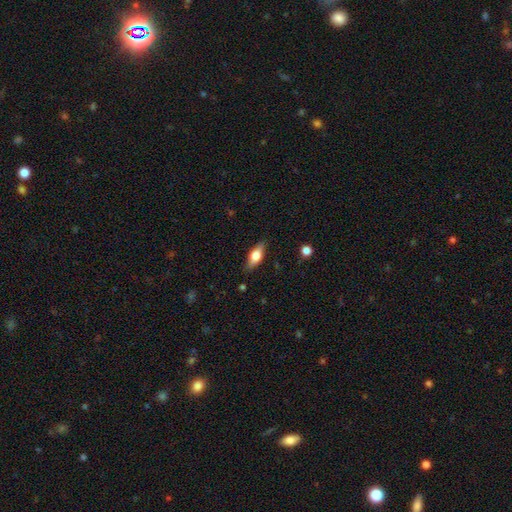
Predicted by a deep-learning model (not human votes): smooth_or_featured: smooth (p=0.62) [alt: featured or disk p=0.32]
how_rounded: in between (p=0.73) [alt: cigar-shaped p=0.23]
merging: none (p=0.84) [alt: minor disturbance p=0.12]